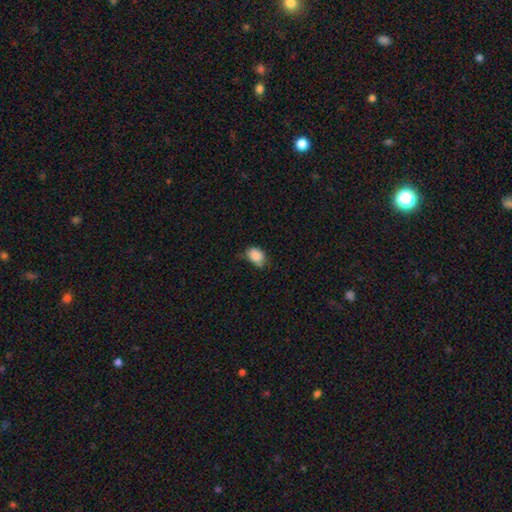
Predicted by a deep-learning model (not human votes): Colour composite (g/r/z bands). It shows a smooth galaxy with no disk features (87%) that is in between round and cigar-shaped (71%). Merging: none (53%).